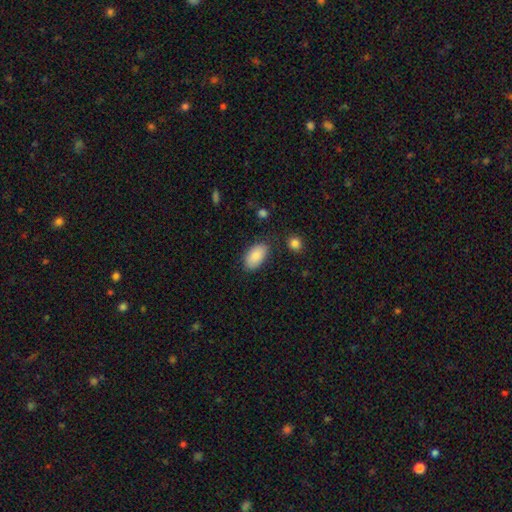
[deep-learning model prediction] This is clearly a smooth galaxy (88%). How rounded: clearly in between (94%). Merging: likely none (79%).